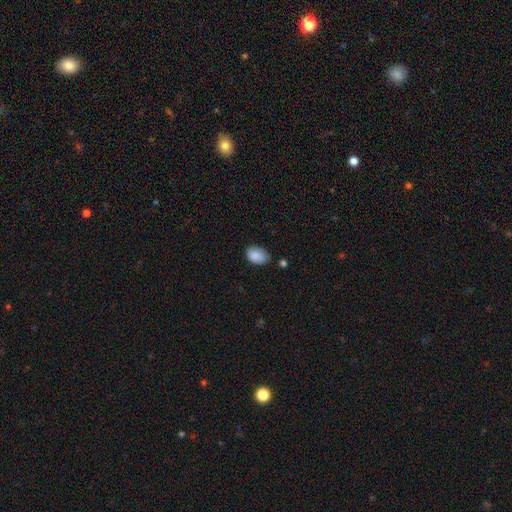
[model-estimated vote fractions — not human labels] smooth_or_featured: smooth (p=0.87) [alt: star or artifact p=0.07]
how_rounded: in between (p=0.84) [alt: round p=0.15]
merging: none (p=0.65) [alt: minor disturbance p=0.27]